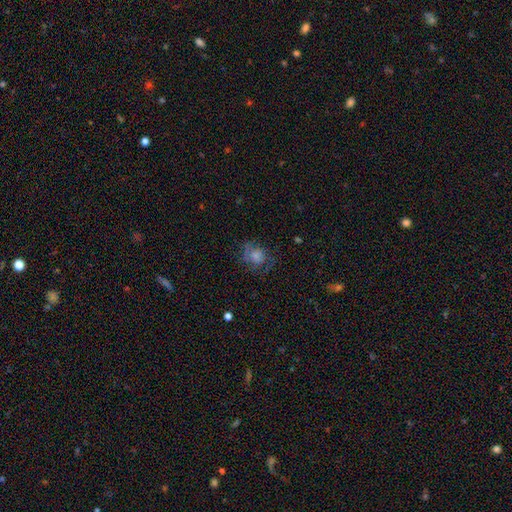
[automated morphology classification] Q: Smooth or featured?
A: smooth (65%); runner-up: featured or disk (24%)
Q: How rounded?
A: round (71%); runner-up: in between (28%)
Q: Merging?
A: none (54%); runner-up: minor disturbance (24%)